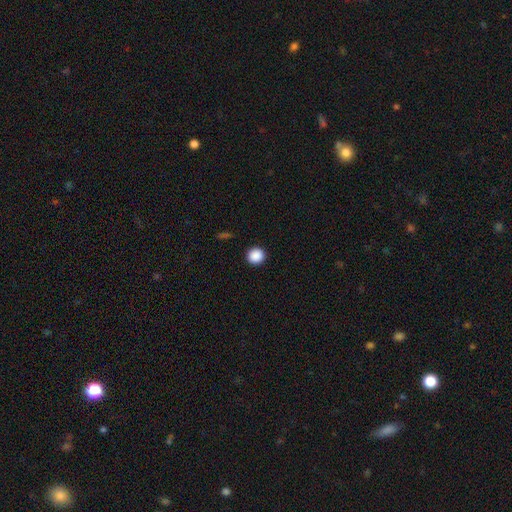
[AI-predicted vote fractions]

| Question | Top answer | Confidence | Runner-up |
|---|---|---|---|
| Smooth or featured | smooth | 89% | star or artifact (9%) |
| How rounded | round | 93% | in between (6%) |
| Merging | none | 93% | minor disturbance (4%) |